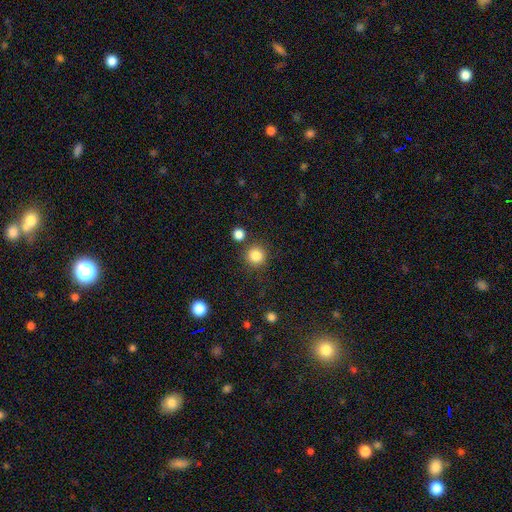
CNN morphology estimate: A smooth galaxy with no disk features (85%) that is round (93%). Merging: none (84%).